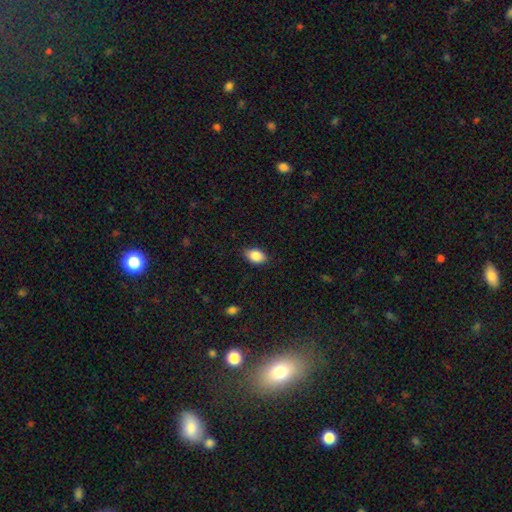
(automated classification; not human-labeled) Overall: smooth (88%). How rounded: in between (89%). Merging: none (85%).